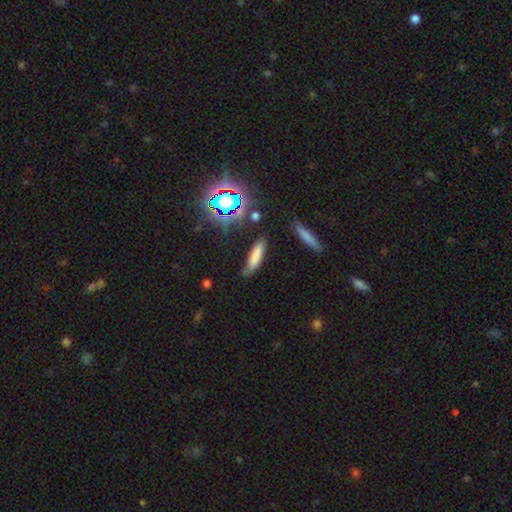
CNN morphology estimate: smooth_or_featured: smooth (p=0.75) [alt: featured or disk p=0.13]
how_rounded: cigar-shaped (p=0.73) [alt: in between p=0.26]
merging: none (p=0.75) [alt: minor disturbance p=0.17]